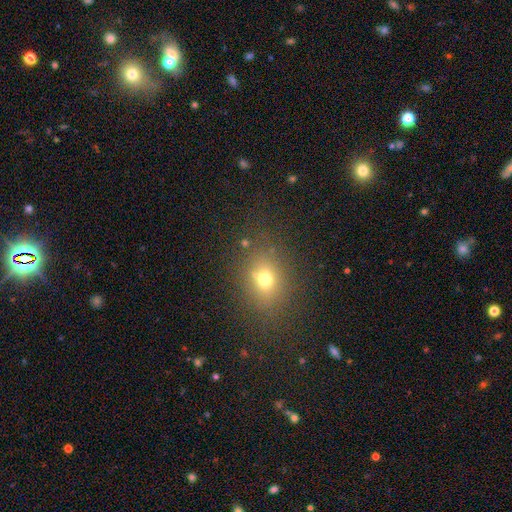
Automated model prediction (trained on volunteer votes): smooth_or_featured: smooth (p=0.62) [alt: star or artifact p=0.29]
how_rounded: in between (p=0.49) [tied with: round p=0.49]
merging: none (p=0.89) [alt: minor disturbance p=0.07]